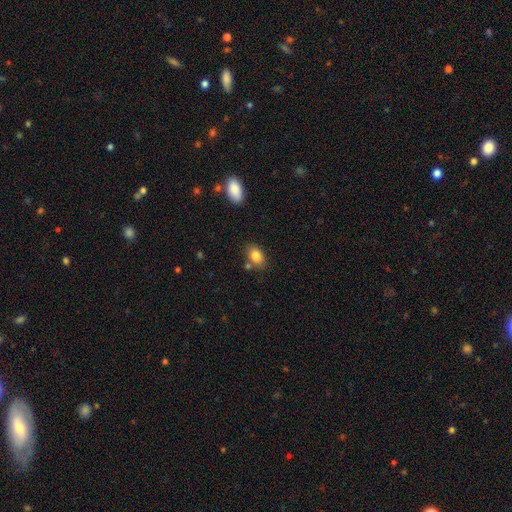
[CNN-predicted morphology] Smooth or featured: smooth — 83% (star or artifact — 8%)
How rounded: in between — 83% (round — 16%)
Merging: none — 72% (minor disturbance — 15%)